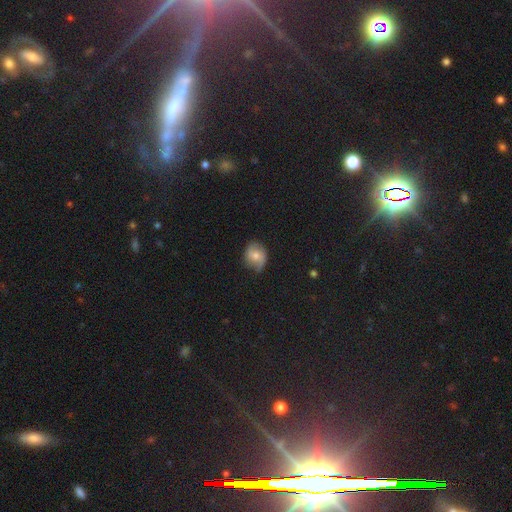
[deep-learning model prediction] The model was most divided on "smooth or featured": smooth: 52%, featured or disk: 39%, star or artifact: 9%. More confident: merging — none (67%); how rounded — round (64%).